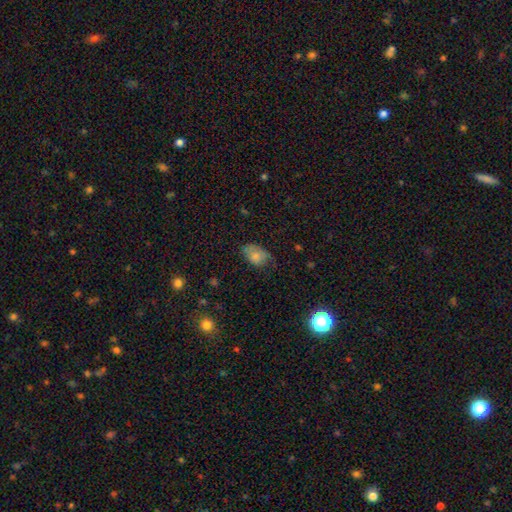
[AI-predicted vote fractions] Q: Smooth or featured?
A: smooth (77%); runner-up: featured or disk (14%)
Q: How rounded?
A: in between (86%); runner-up: round (13%)
Q: Merging?
A: none (54%); runner-up: minor disturbance (33%)